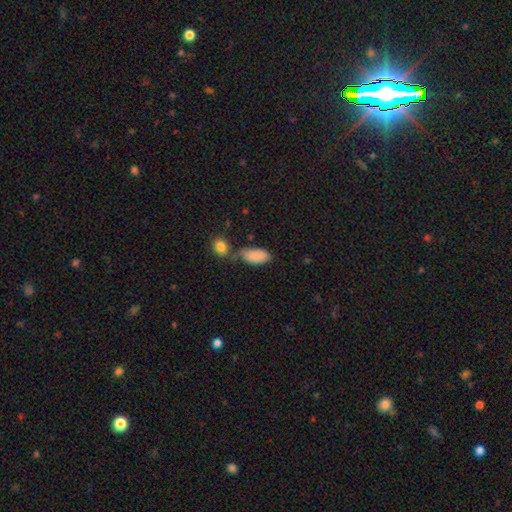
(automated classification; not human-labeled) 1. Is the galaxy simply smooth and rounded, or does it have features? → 88% smooth, 7% star or artifact, 5% featured or disk.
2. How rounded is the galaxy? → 92% in between, 5% cigar-shaped, 3% round.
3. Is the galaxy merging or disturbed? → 58% none, 19% minor disturbance, 18% merger, 6% major disturbance.